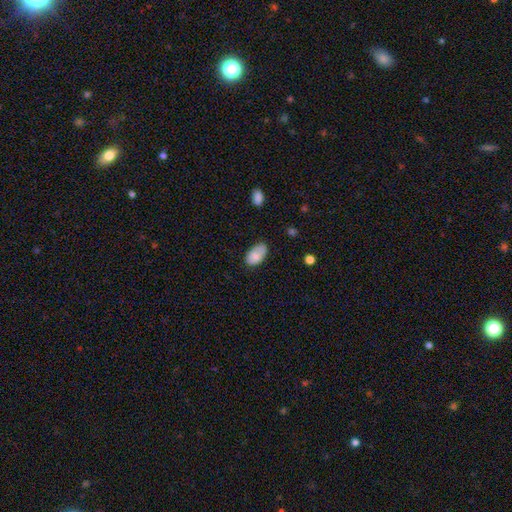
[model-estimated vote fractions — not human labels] This appears to be a smooth galaxy with no disk features (81%) that is in between round and cigar-shaped (93%). Merging: none (67%).